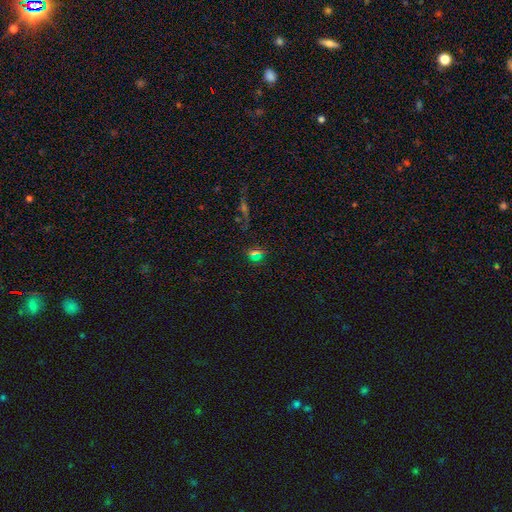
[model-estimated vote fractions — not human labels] smooth-or-featured: star or artifact: 55% | smooth: 35% | featured or disk: 10%